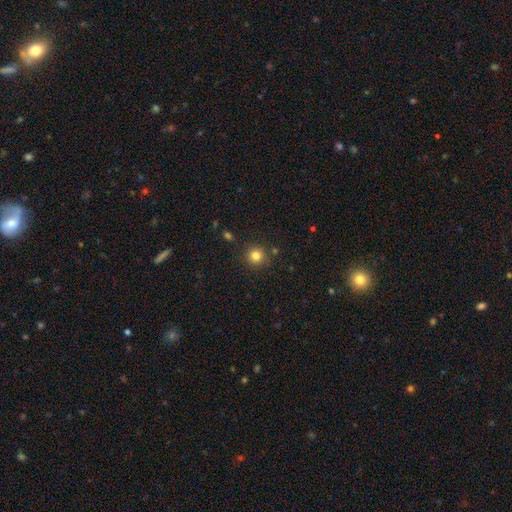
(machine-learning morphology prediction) This is clearly a smooth galaxy (82%). How rounded: clearly round (94%). Merging: clearly none (88%).